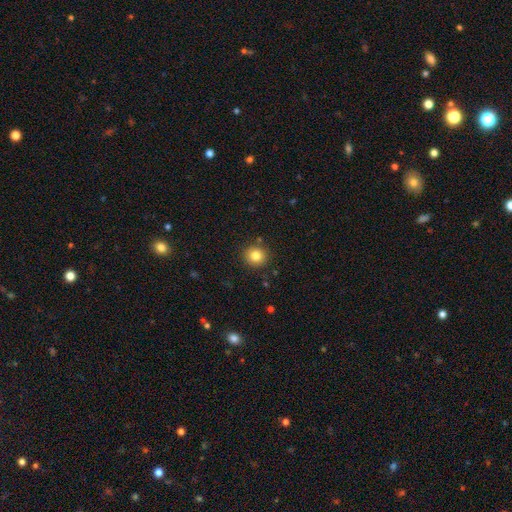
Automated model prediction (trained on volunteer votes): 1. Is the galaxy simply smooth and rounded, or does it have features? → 82% smooth, 11% star or artifact, 7% featured or disk.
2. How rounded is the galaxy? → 90% round, 9% in between, 1% cigar-shaped.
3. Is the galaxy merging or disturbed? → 90% none, 6% minor disturbance, 2% major disturbance, 2% merger.